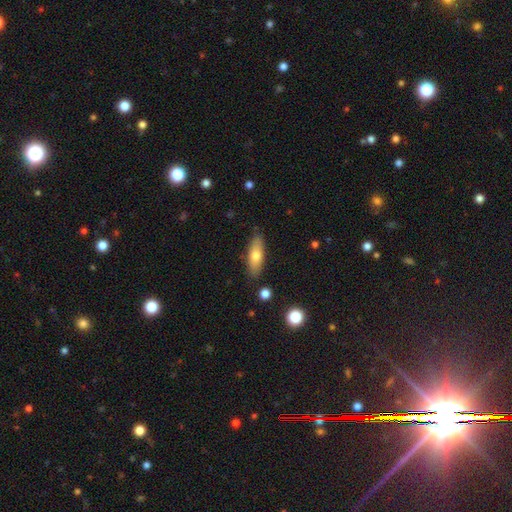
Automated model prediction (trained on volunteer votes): Smooth or featured: smooth — 68% (featured or disk — 26%)
How rounded: in between — 59% (cigar-shaped — 38%)
Merging: none — 85% (minor disturbance — 11%)